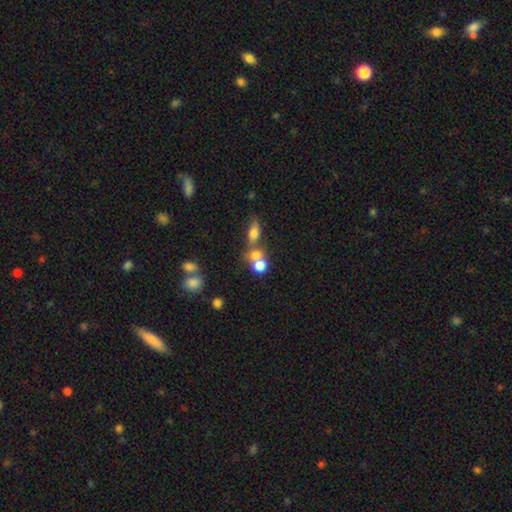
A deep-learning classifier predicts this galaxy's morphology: This appears to be a smooth galaxy with no disk features (72%) that is round (65%). Merging: merger (51%).